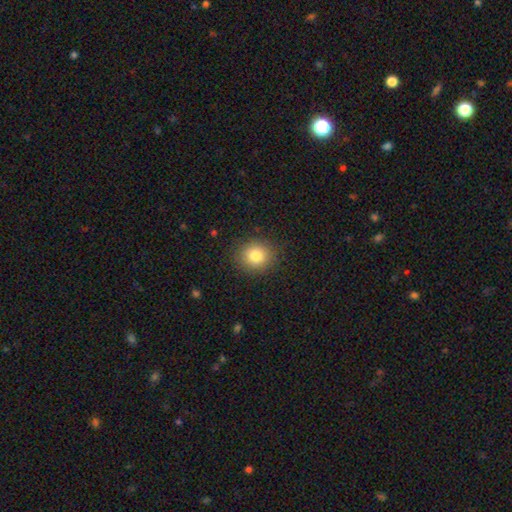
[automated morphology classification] A smooth galaxy with no disk features (81%) that is round (84%).

Vote fractions:
- Smooth or featured? smooth: 81% / star or artifact: 11% / featured or disk: 8%
- How rounded? round: 84% / in between: 15% / cigar-shaped: 1%
- Merging? none: 88% / minor disturbance: 8% / major disturbance: 3% / merger: 1%